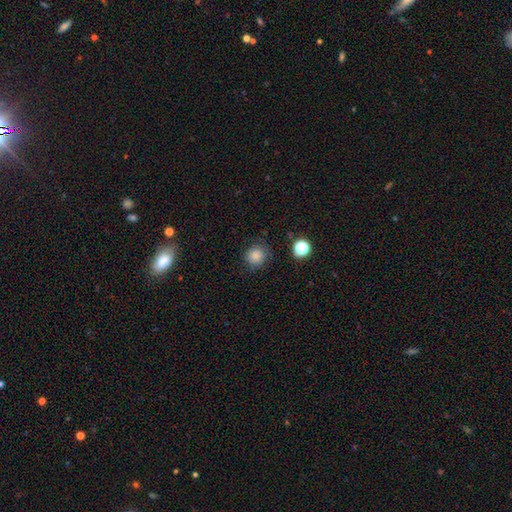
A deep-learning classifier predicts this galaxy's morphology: smooth-or-featured: smooth: 84% | star or artifact: 12% | featured or disk: 4%
  how-rounded: round: 91% | in between: 8% | cigar-shaped: 1%
  merging: none: 82% | minor disturbance: 13% | major disturbance: 4% | merger: 2%